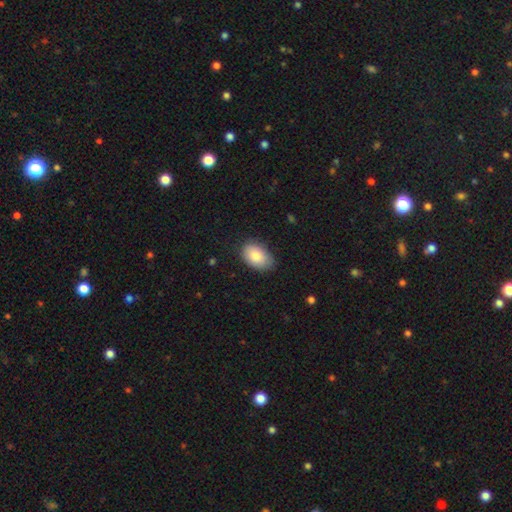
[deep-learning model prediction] Smooth or featured? smooth (84%)
How rounded? in between (88%)
Merging? none (77%)